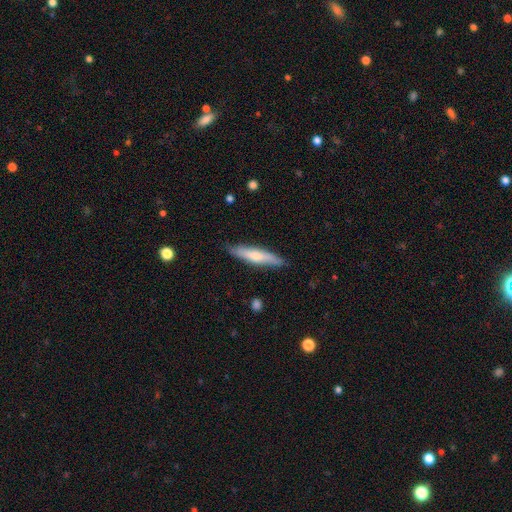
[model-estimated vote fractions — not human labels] smooth 59%, featured or disk 35%, star or artifact 6%. Down the decision tree: how rounded — cigar-shaped (84%); merging — none (84%).